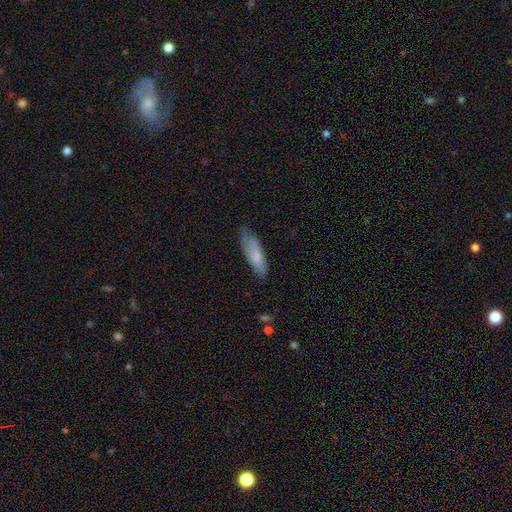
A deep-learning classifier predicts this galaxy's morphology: type=smooth (73%); roundness=in between (51%); merging=none (58%).